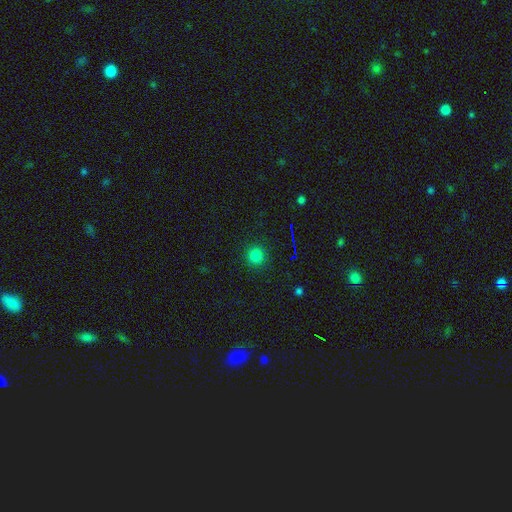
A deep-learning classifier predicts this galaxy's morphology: A smooth galaxy with no disk features (79%) that is round (95%).

Vote fractions:
- Smooth or featured? smooth: 79% / star or artifact: 16% / featured or disk: 5%
- How rounded? round: 95% / in between: 4% / cigar-shaped: 1%
- Merging? none: 91% / minor disturbance: 6% / major disturbance: 2% / merger: 1%